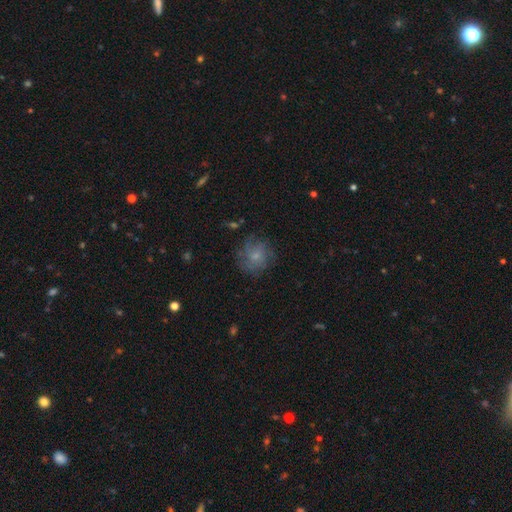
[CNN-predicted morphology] This is possibly a smooth galaxy (52%). How rounded: clearly round (83%). Merging: likely none (67%).